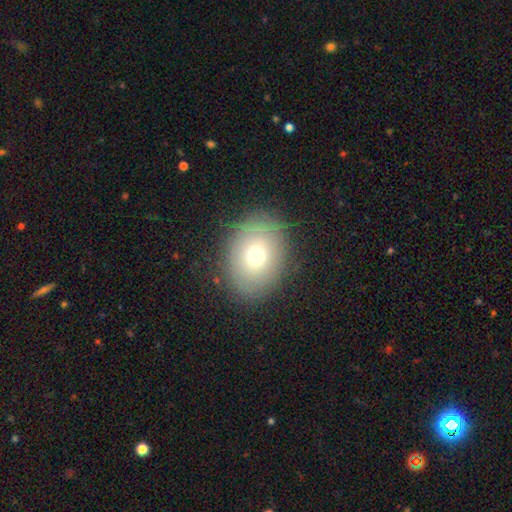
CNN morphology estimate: A smooth galaxy with no disk features (71%) that is in between round and cigar-shaped (62%). Merging: none (84%).